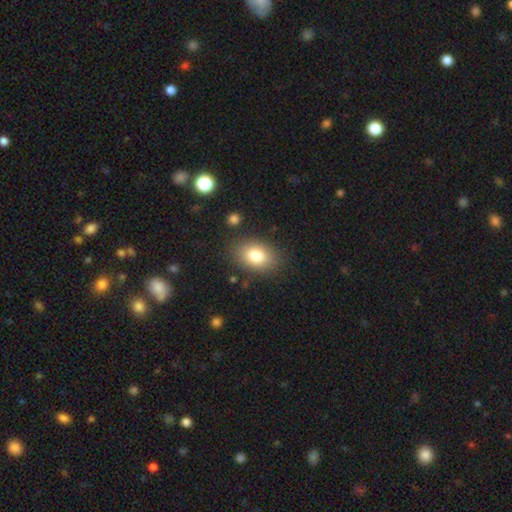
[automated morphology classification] smooth_or_featured: smooth (p=0.80) [alt: featured or disk p=0.11]
how_rounded: in between (p=0.79) [alt: round p=0.19]
merging: none (p=0.83) [alt: minor disturbance p=0.11]